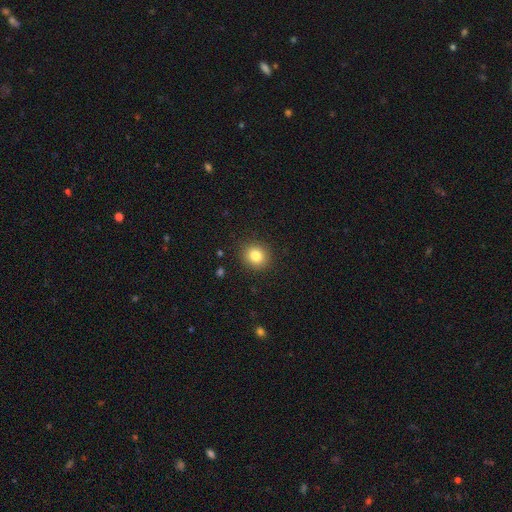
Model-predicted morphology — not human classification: A smooth galaxy with no disk features (83%) that is round (82%). Merging: none (90%).